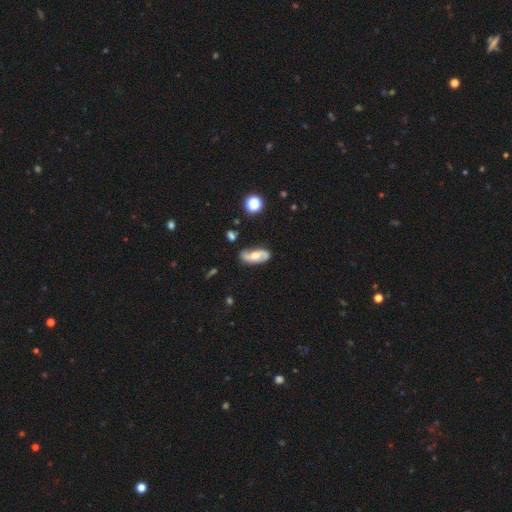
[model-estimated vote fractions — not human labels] Smooth or featured?
  - featured or disk: 72% *
  - smooth: 21%
  - star or artifact: 7%
Edge-on disk?
  - no: 92% *
  - yes: 8%
Bar?
  - no: 56% *
  - weak: 32%
  - strong: 12%
Spiral arms?
  - yes: 92% *
  - no: 8%
Spiral winding?
  - loose: 53% *
  - medium: 33%
  - tight: 14%
Spiral arm count?
  - 2: 90% *
  - can't tell: 5%
  - 1: 2%
  - 3: 1%
  - 4: 1%
  - more than 4: 1%
Bulge size?
  - moderate: 64% *
  - small: 21%
  - large: 10%
  - none: 3%
  - dominant: 1%
Merging?
  - none: 77% *
  - minor disturbance: 16%
  - major disturbance: 4%
  - merger: 3%